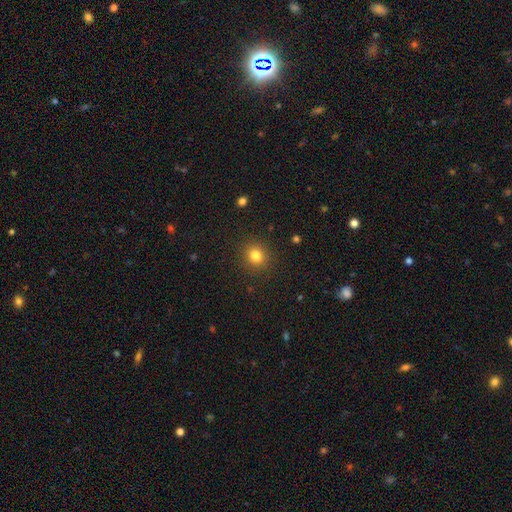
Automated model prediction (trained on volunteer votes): Morphology: type=smooth (81%); roundness=round (84%); merging=none (89%).